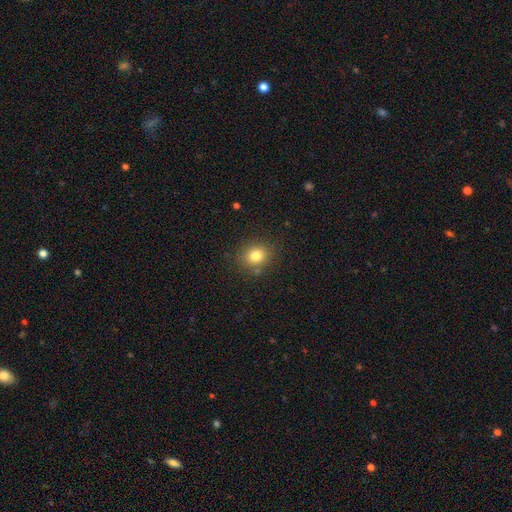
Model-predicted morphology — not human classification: Smooth or featured? smooth (80%)
How rounded? round (71%)
Merging? none (82%)